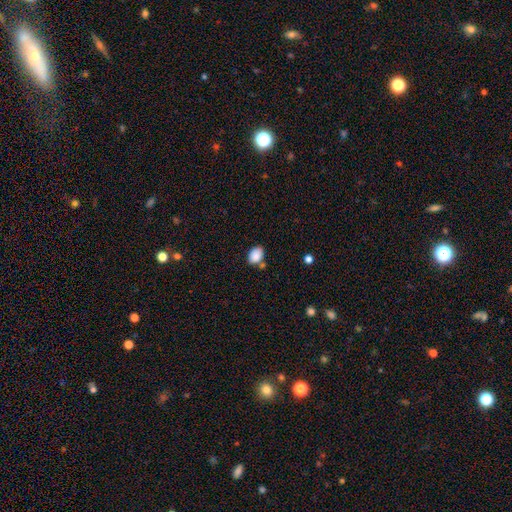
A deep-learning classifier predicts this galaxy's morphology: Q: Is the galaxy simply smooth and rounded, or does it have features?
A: smooth — 88%.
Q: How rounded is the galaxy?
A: in between — 80%.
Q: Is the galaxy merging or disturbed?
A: none — 66%.